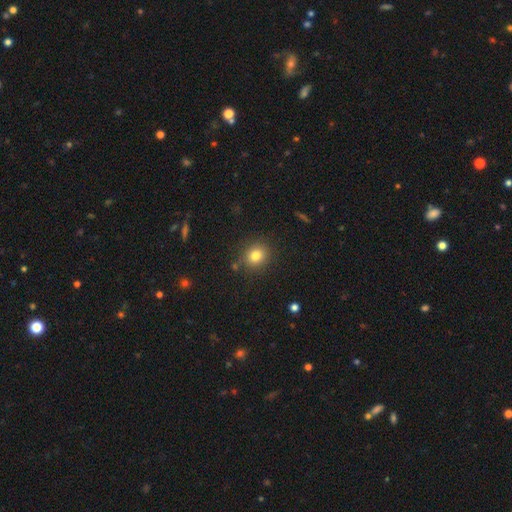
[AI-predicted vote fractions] This is clearly a smooth galaxy (80%). How rounded: likely round (78%). Merging: clearly none (85%).